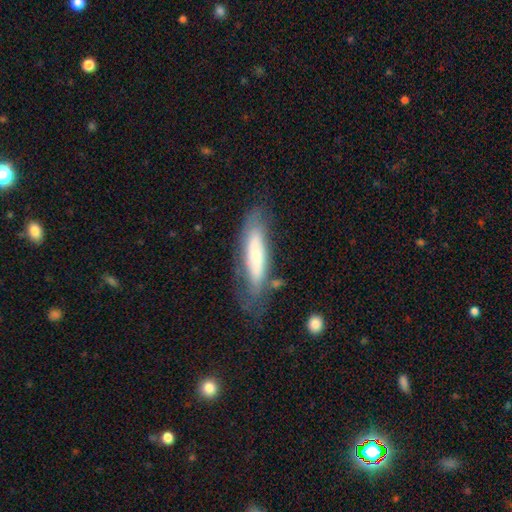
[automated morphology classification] Q: Smooth or featured?
A: featured or disk (51%); runner-up: smooth (43%)
Q: Edge-on disk?
A: no (64%); runner-up: yes (36%)
Q: Merging?
A: none (65%); runner-up: minor disturbance (21%)